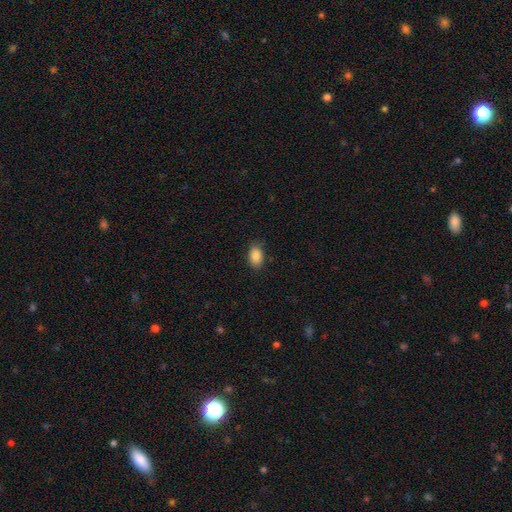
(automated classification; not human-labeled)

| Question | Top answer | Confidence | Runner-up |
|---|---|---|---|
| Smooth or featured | smooth | 87% | star or artifact (8%) |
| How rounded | in between | 87% | round (12%) |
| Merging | none | 83% | minor disturbance (13%) |